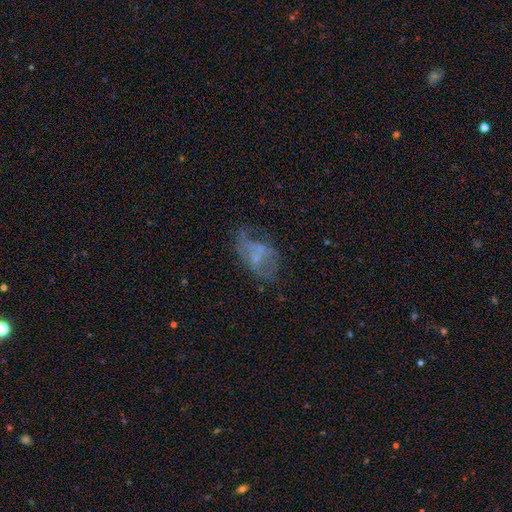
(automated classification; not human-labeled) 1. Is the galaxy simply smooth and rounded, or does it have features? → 56% featured or disk, 28% smooth, 15% star or artifact.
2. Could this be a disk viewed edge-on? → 96% no, 4% yes.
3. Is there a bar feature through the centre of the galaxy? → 75% no, 21% weak, 4% strong.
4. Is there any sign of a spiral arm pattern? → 61% no, 39% yes.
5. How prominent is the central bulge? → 51% small, 33% none, 14% moderate, 1% large, 1% dominant.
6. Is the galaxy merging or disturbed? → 43% none, 28% major disturbance, 23% minor disturbance, 6% merger.